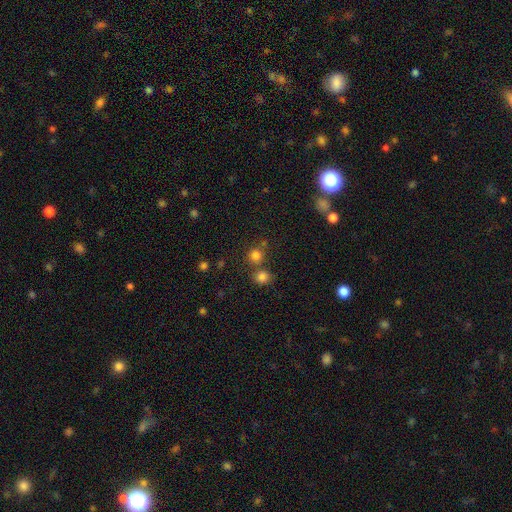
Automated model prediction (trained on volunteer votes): A smooth galaxy with no disk features (79%) that is round (89%). Merging: none (66%).